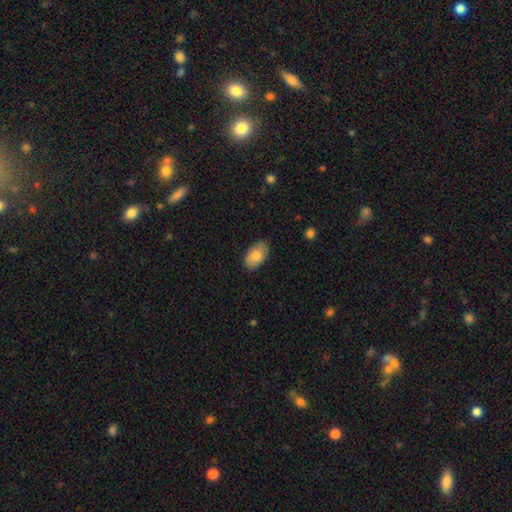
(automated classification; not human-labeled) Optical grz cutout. It shows a smooth galaxy with no disk features (81%) that is in between round and cigar-shaped (93%). Merging: none (84%).